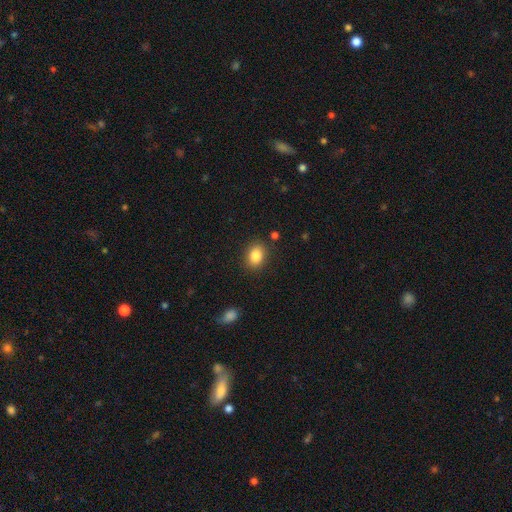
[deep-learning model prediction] smooth_or_featured: smooth (p=0.86) [alt: star or artifact p=0.09]
how_rounded: in between (p=0.64) [alt: round p=0.35]
merging: none (p=0.85) [alt: minor disturbance p=0.10]